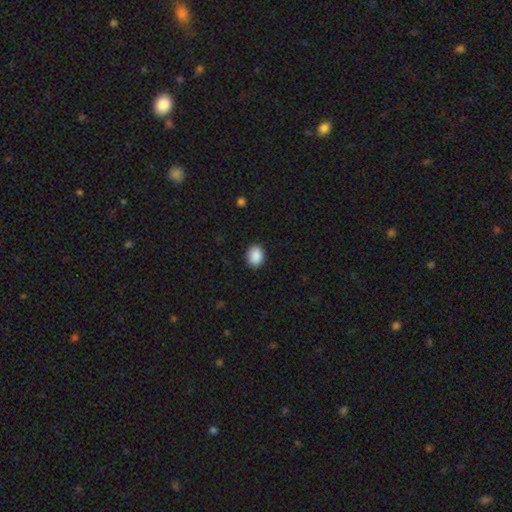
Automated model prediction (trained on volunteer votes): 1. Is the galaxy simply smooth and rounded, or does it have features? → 90% smooth, 8% star or artifact, 3% featured or disk.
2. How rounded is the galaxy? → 54% in between, 45% round, 1% cigar-shaped.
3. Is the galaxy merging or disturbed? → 90% none, 7% minor disturbance, 2% major disturbance, 1% merger.